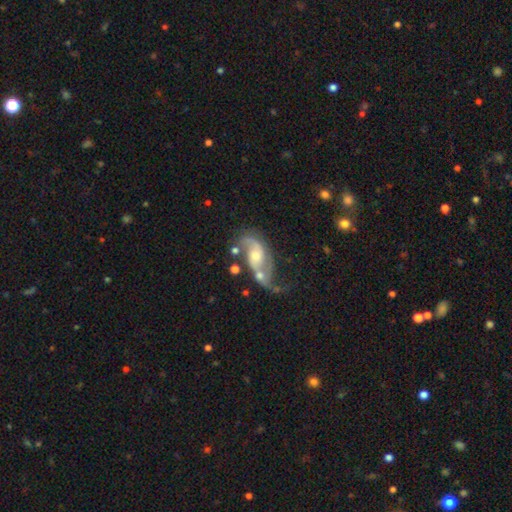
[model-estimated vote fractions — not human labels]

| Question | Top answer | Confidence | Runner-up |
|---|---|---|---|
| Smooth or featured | featured or disk | 81% | smooth (12%) |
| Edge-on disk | no | 95% | yes (5%) |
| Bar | no | 56% | weak (35%) |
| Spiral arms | yes | 92% | no (8%) |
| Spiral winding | loose | 51% | medium (37%) |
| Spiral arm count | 2 | 81% | 1 (8%) |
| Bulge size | moderate | 56% | small (33%) |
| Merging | none | 33% | merger (24%) |